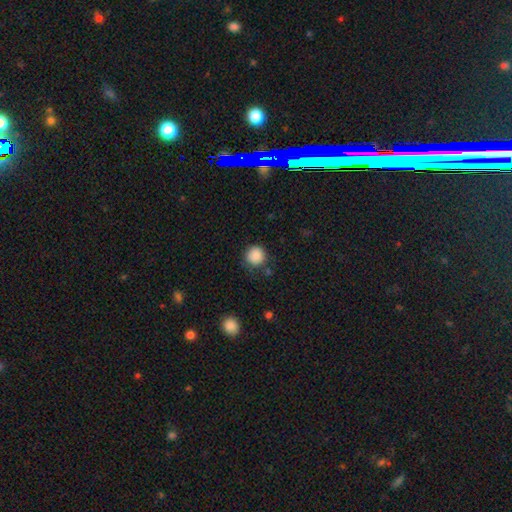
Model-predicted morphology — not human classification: A smooth galaxy with no disk features (87%) that is round (93%). Merging: none (78%).